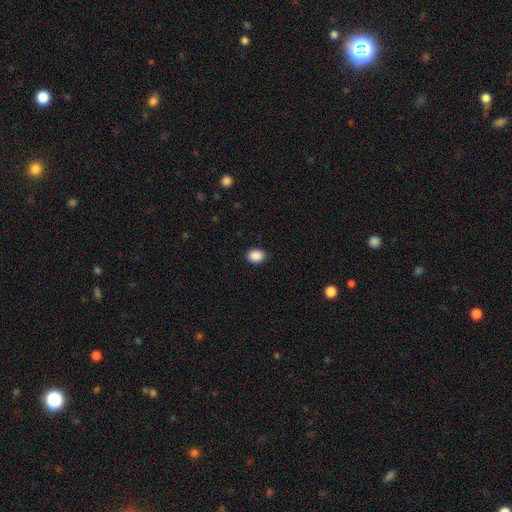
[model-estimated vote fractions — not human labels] The model was most divided on "how rounded": in between: 64%, round: 36%, cigar-shaped: 1%. More confident: smooth or featured — smooth (89%); merging — none (88%).